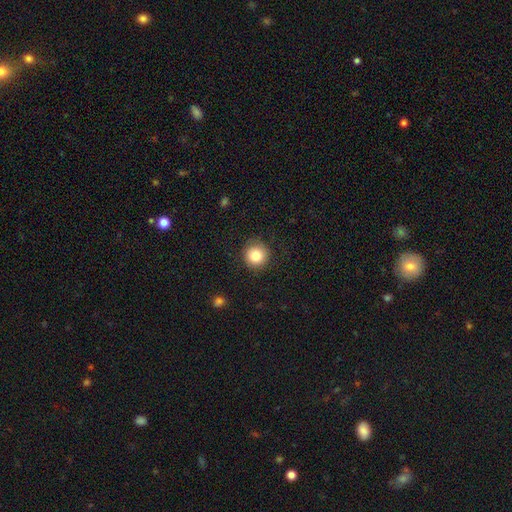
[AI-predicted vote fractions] smooth-or-featured: smooth: 82% | star or artifact: 10% | featured or disk: 8%
  how-rounded: round: 94% | in between: 5% | cigar-shaped: 1%
  merging: none: 86% | minor disturbance: 9% | major disturbance: 3% | merger: 1%